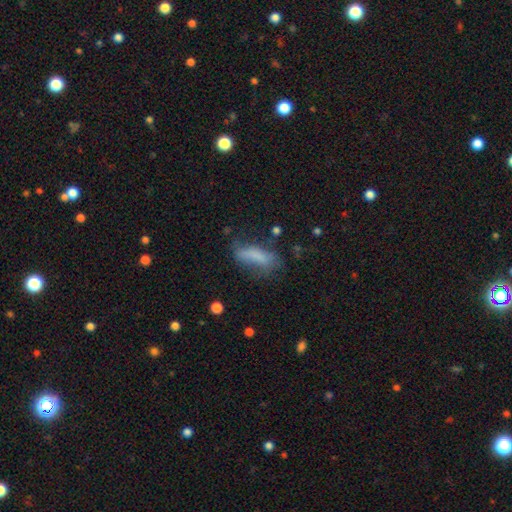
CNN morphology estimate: smooth-or-featured: smooth: 69% | featured or disk: 20% | star or artifact: 11%
  how-rounded: in between: 56% | cigar-shaped: 41% | round: 3%
  merging: none: 44% | minor disturbance: 29% | major disturbance: 22% | merger: 5%